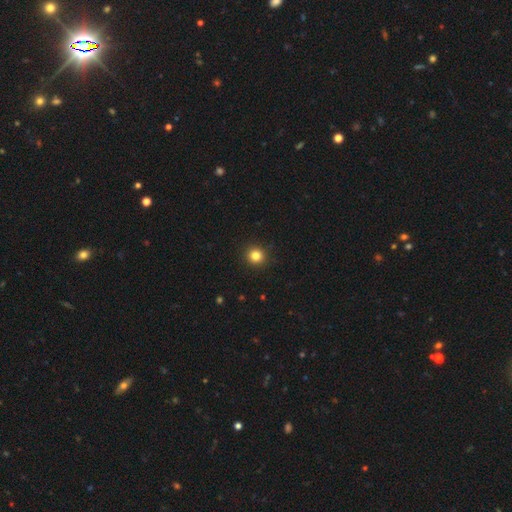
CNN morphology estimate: A smooth galaxy with no disk features (83%) that is round (93%). Merging: none (93%).